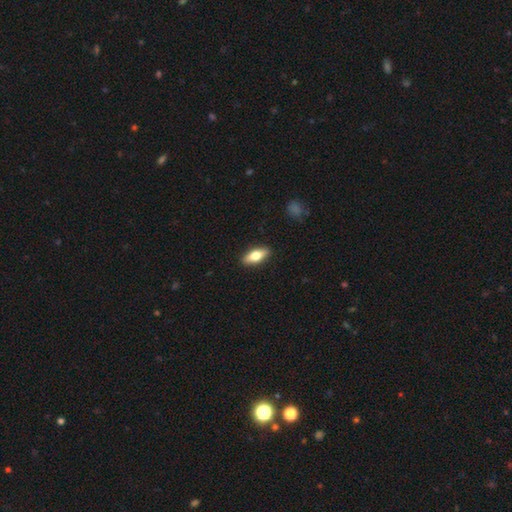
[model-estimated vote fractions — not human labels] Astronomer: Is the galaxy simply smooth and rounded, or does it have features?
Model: smooth — 63%.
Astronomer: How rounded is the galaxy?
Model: in between — 72%.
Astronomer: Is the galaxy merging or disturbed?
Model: none — 90%.